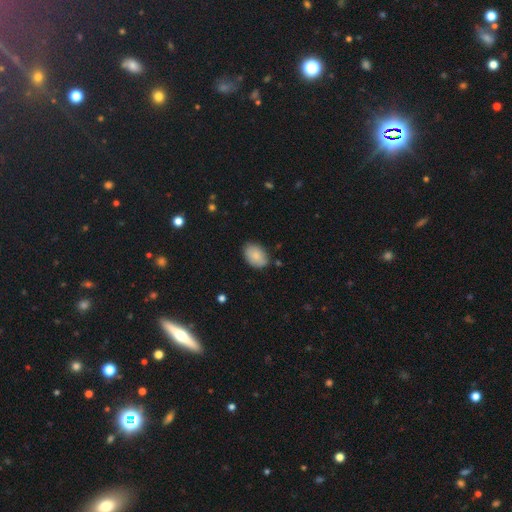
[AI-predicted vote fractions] Morphology: type=smooth (86%); roundness=in between (88%); merging=none (82%).